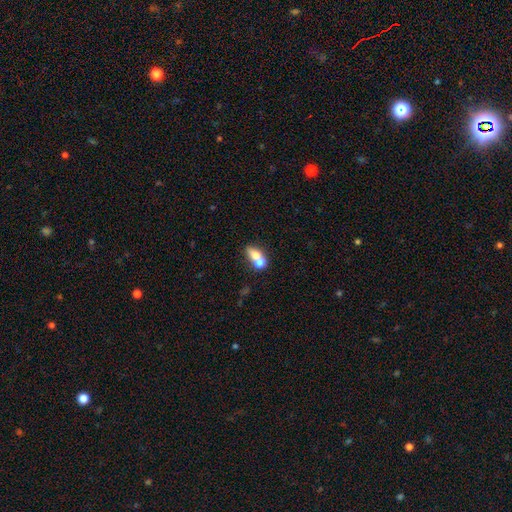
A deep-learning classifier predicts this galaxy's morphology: This is likely a smooth galaxy (67%). How rounded: likely in between (66%). Merging: likely merger (63%).